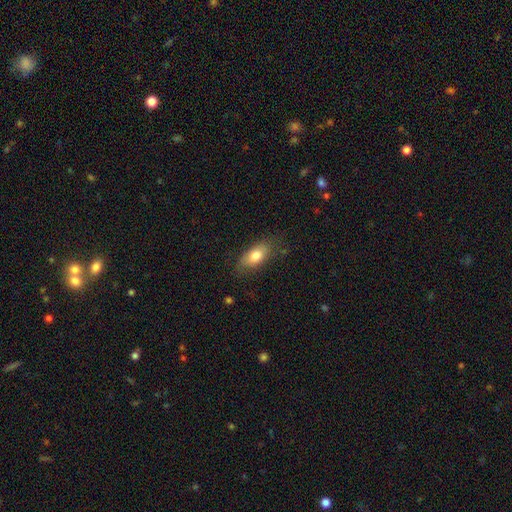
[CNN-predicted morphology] Smooth or featured?
  - smooth: 77% *
  - featured or disk: 15%
  - star or artifact: 7%
How rounded?
  - in between: 84% *
  - cigar-shaped: 11%
  - round: 5%
Merging?
  - none: 75% *
  - minor disturbance: 19%
  - major disturbance: 5%
  - merger: 1%